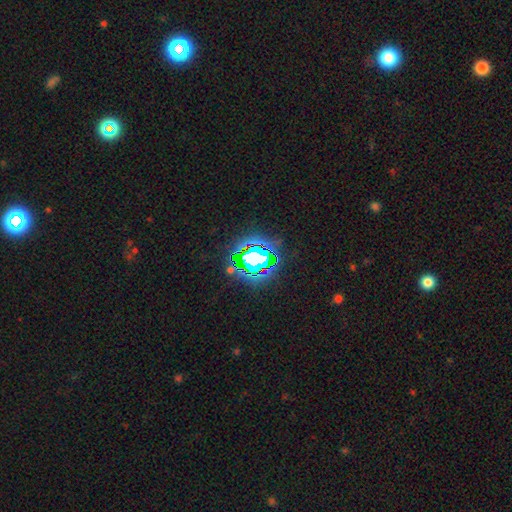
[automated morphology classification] star or artifact 69%, smooth 16%, featured or disk 14%.